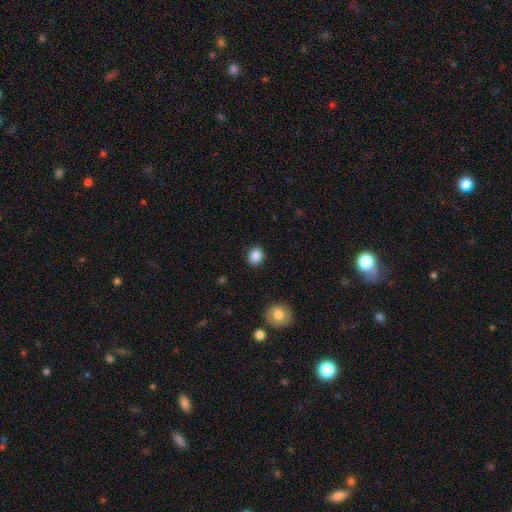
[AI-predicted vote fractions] Smooth or featured? smooth (88%)
How rounded? round (75%)
Merging? none (89%)